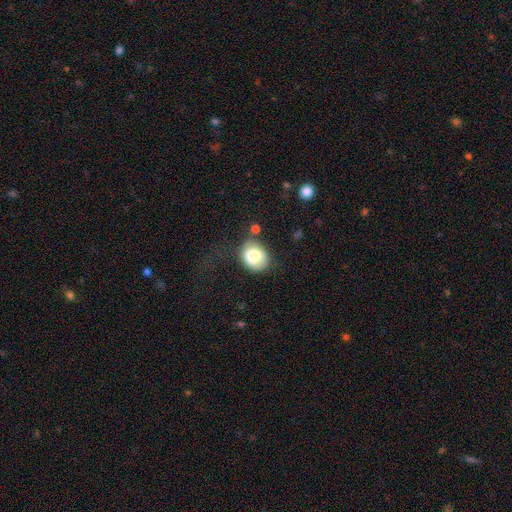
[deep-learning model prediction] Smooth or featured? smooth (72%)
How rounded? round (54%)
Merging? none (46%)